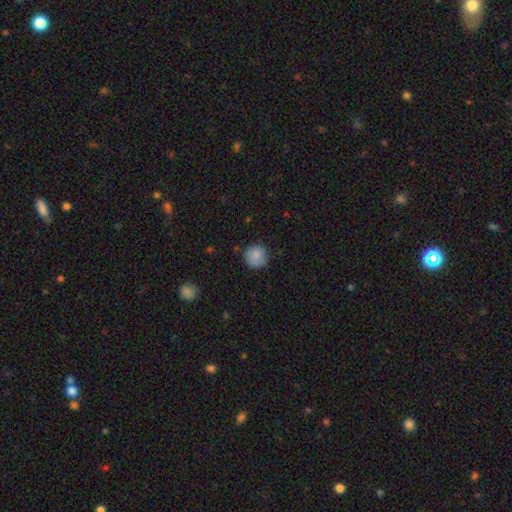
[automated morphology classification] Smooth or featured? Predicted: smooth (p=0.86). How rounded? Predicted: round (p=0.94). Merging? Predicted: none (p=0.85).